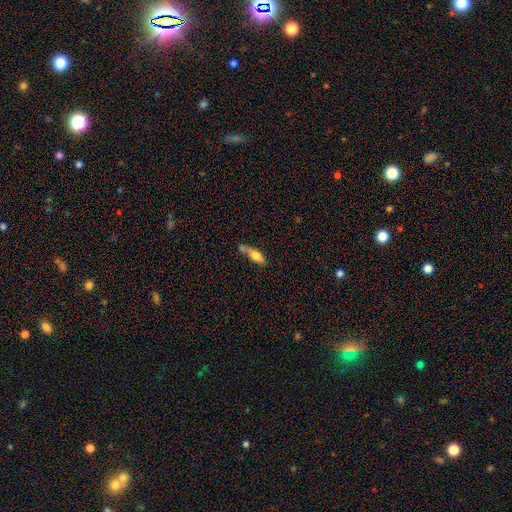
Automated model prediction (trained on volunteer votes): The model was most divided on "merging": merger: 37%, none: 35%, minor disturbance: 19%, major disturbance: 8%. More confident: smooth or featured — smooth (70%); how rounded — in between (61%).